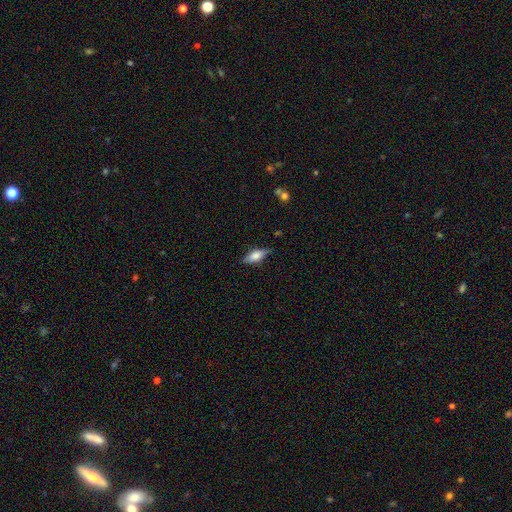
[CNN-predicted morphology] Smooth or featured? Predicted: smooth (p=0.57). How rounded? Predicted: in between (p=0.69). Merging? Predicted: none (p=0.79).